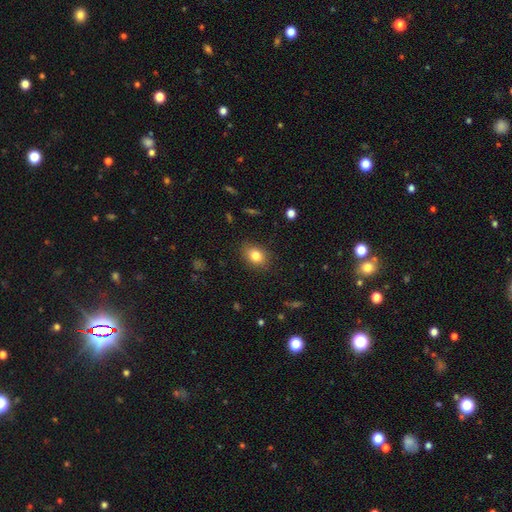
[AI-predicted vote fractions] A smooth galaxy with no disk features (82%) that is in between round and cigar-shaped (68%). Merging: none (84%).